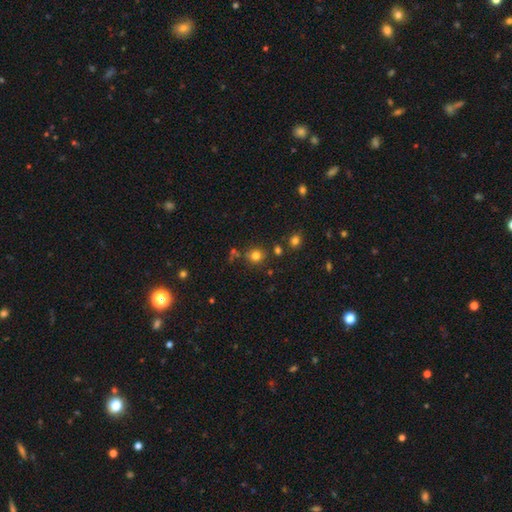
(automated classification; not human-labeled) Smooth or featured?
  - smooth: 77% *
  - star or artifact: 16%
  - featured or disk: 7%
How rounded?
  - round: 87% *
  - in between: 12%
  - cigar-shaped: 1%
Merging?
  - none: 76% *
  - minor disturbance: 11%
  - merger: 9%
  - major disturbance: 4%